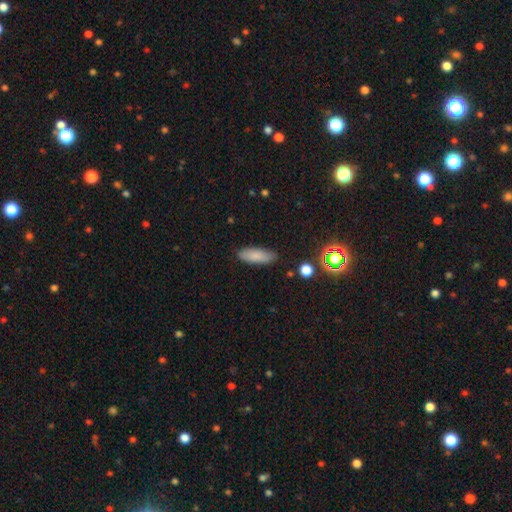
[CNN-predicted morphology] Smooth or featured?
  - smooth: 82% *
  - featured or disk: 10%
  - star or artifact: 8%
How rounded?
  - in between: 66% *
  - cigar-shaped: 32%
  - round: 2%
Merging?
  - none: 86% *
  - minor disturbance: 11%
  - major disturbance: 2%
  - merger: 1%